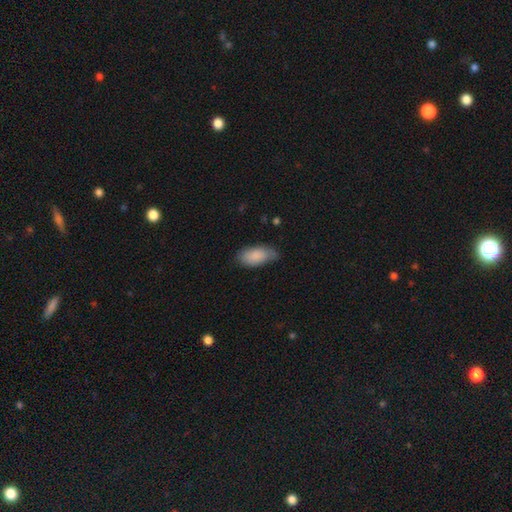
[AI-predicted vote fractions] Smooth or featured? smooth (84%)
How rounded? in between (92%)
Merging? none (61%)